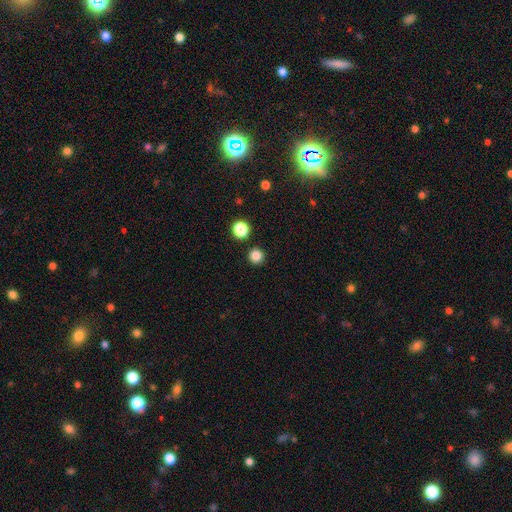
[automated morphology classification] Q: Smooth or featured?
A: smooth (84%); runner-up: star or artifact (13%)
Q: How rounded?
A: round (96%); runner-up: in between (3%)
Q: Merging?
A: none (92%); runner-up: minor disturbance (4%)